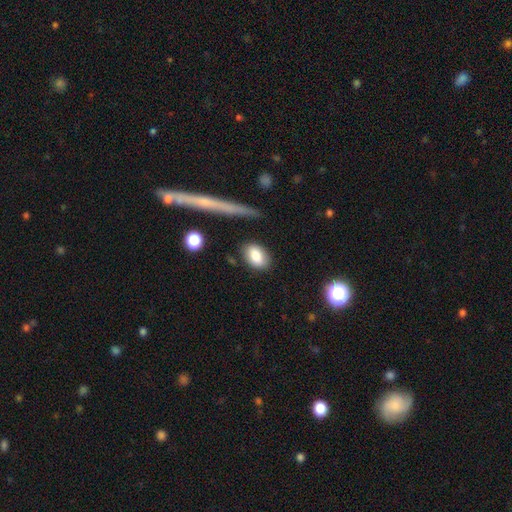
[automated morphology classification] smooth 82%, featured or disk 10%, star or artifact 8%. Down the decision tree: how rounded — in between (82%); merging — none (81%).